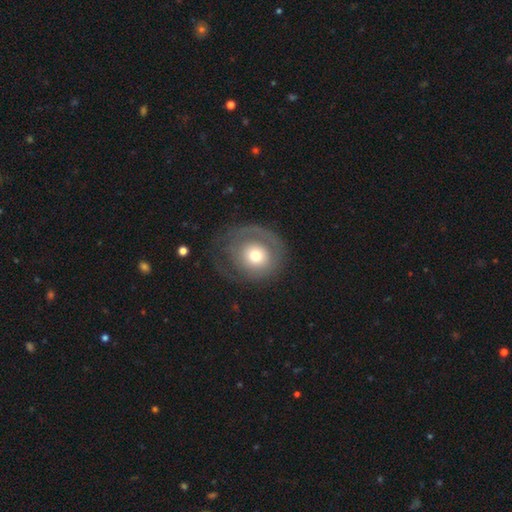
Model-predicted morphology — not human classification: Overall: smooth (50%; featured or disk 42%). Merging: none (56%; major disturbance 22%).